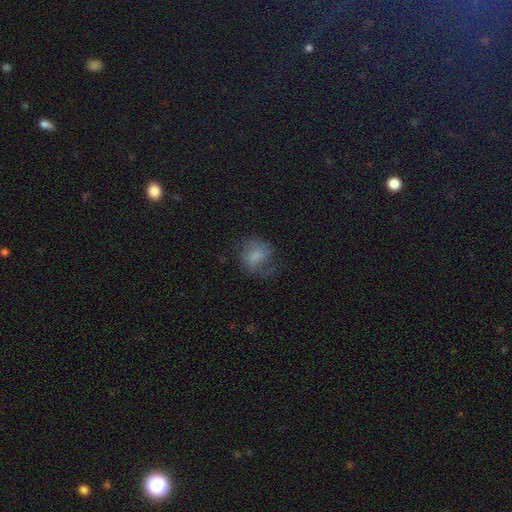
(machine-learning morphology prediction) Smooth or featured? Predicted: smooth (p=0.55). How rounded? Predicted: round (p=0.62). Merging? Predicted: none (p=0.54).